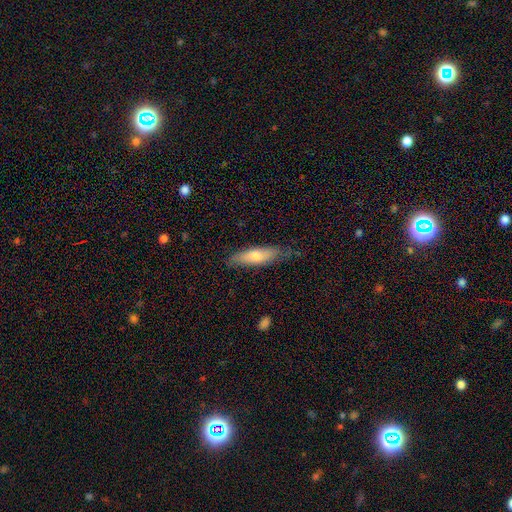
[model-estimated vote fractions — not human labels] Morphology: type=smooth (69%); roundness=cigar-shaped (61%); merging=none (72%).